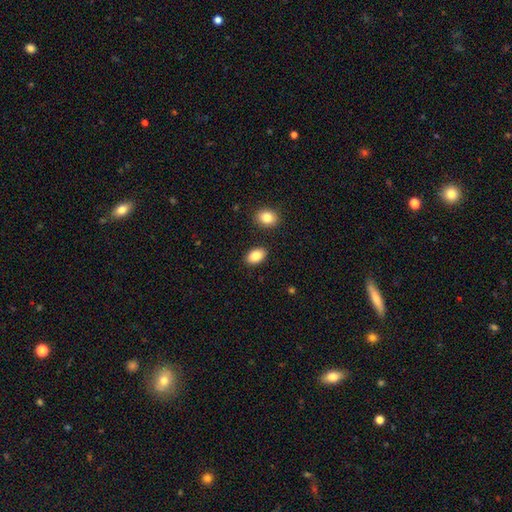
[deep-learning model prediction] Smooth or featured?
  - smooth: 85% *
  - star or artifact: 8%
  - featured or disk: 7%
How rounded?
  - in between: 89% *
  - round: 9%
  - cigar-shaped: 1%
Merging?
  - none: 86% *
  - minor disturbance: 8%
  - merger: 4%
  - major disturbance: 2%